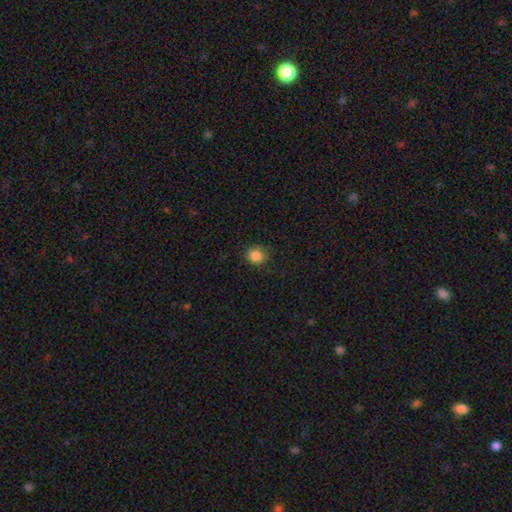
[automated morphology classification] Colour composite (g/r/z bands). It shows a smooth galaxy with no disk features (86%) that is round (87%). Merging: none (85%).